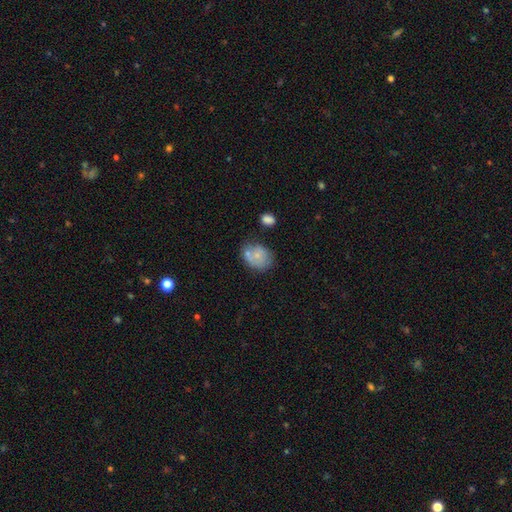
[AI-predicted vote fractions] Smooth or featured? Predicted: smooth (p=0.61). How rounded? Predicted: in between (p=0.55). Merging? Predicted: none (p=0.45).